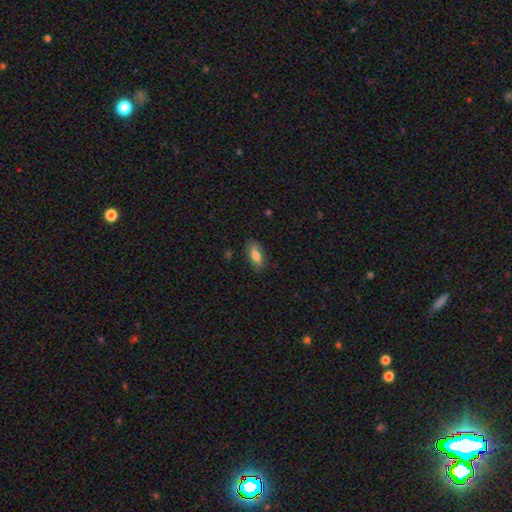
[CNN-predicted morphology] This appears to be a smooth galaxy with no disk features (73%) that is in between round and cigar-shaped (84%). Merging: none (82%).